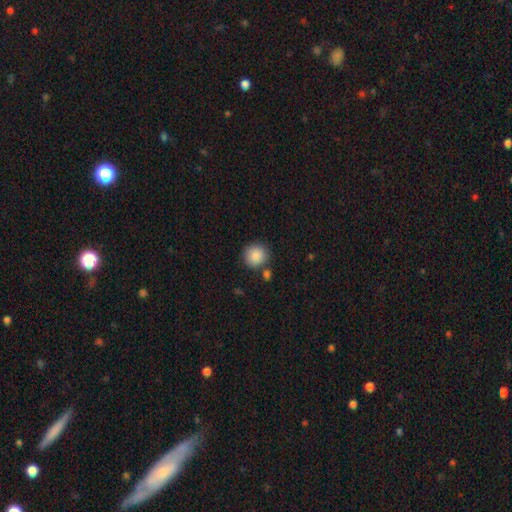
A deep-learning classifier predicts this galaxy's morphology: smooth 88%, star or artifact 8%, featured or disk 4%. Down the decision tree: how rounded — round (91%); merging — none (79%).